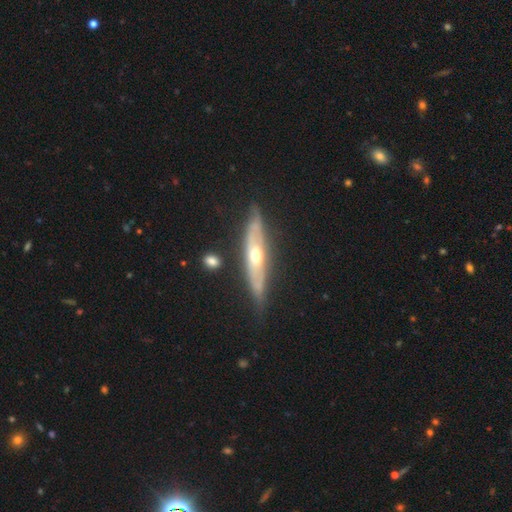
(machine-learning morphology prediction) Smooth or featured? Predicted: featured or disk (p=0.74). Edge-on disk? Predicted: yes (p=0.65). Merging? Predicted: none (p=0.74).